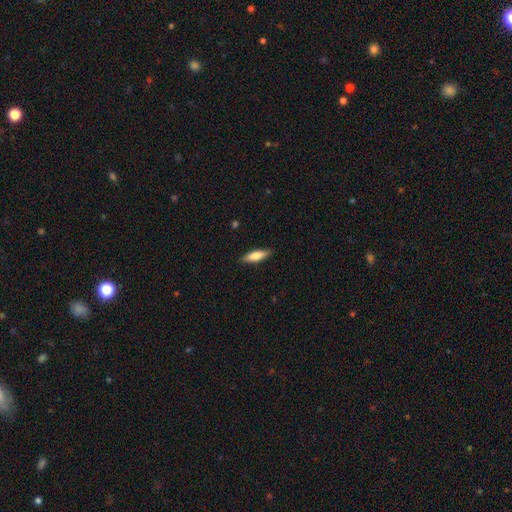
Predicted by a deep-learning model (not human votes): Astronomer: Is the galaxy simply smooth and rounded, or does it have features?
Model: smooth — 71%.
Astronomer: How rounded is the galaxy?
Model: cigar-shaped — 53% (runner-up: in between, 45%).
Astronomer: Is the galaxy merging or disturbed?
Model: none — 87%.